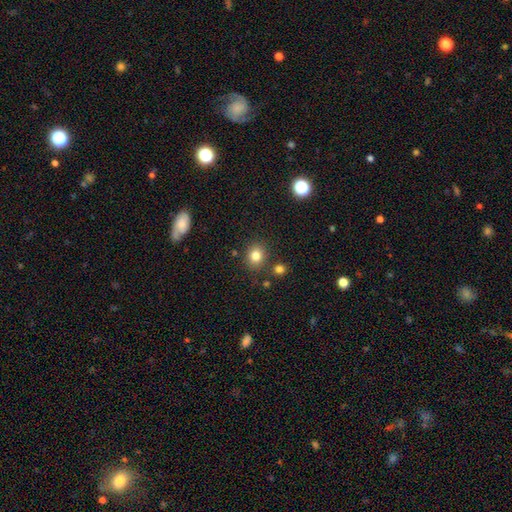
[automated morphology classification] Smooth or featured?
  - smooth: 82% *
  - star or artifact: 12%
  - featured or disk: 7%
How rounded?
  - round: 70% *
  - in between: 29%
  - cigar-shaped: 1%
Merging?
  - none: 82% *
  - minor disturbance: 10%
  - merger: 6%
  - major disturbance: 3%